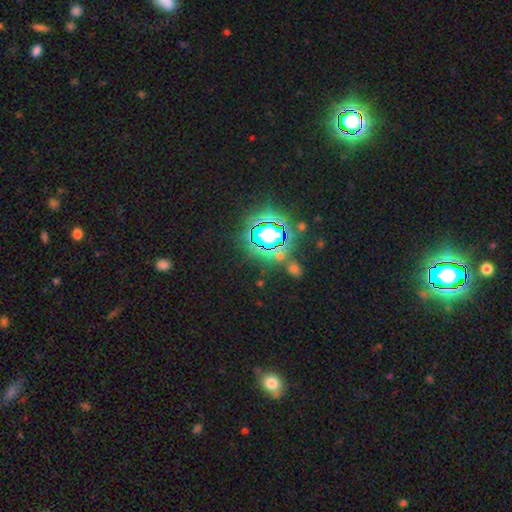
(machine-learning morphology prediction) Smooth or featured: star or artifact — 80% (smooth — 12%)